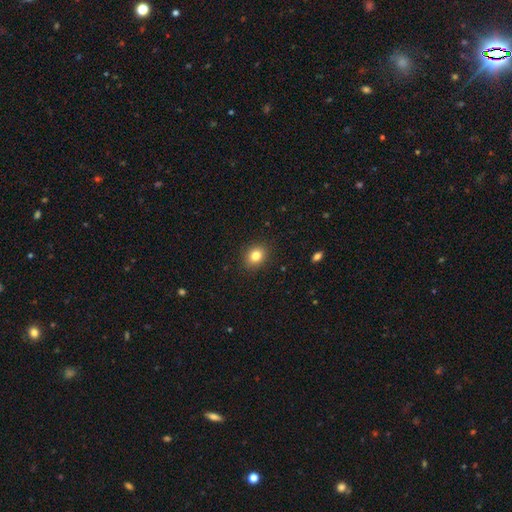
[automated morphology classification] Smooth or featured? Predicted: smooth (p=0.82). How rounded? Predicted: round (p=0.58). Merging? Predicted: none (p=0.89).